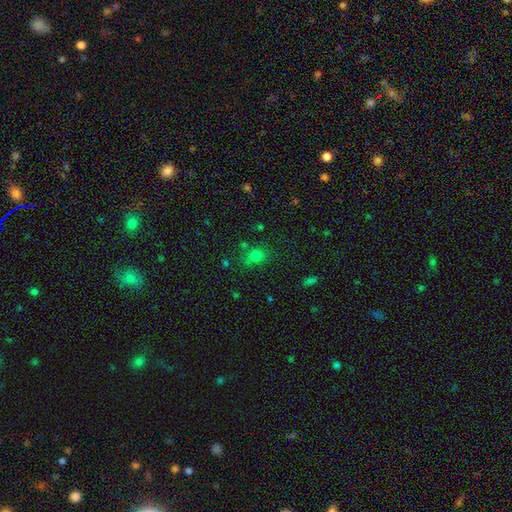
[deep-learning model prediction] Q: Smooth or featured?
A: smooth (71%); runner-up: star or artifact (21%)
Q: How rounded?
A: round (58%); runner-up: in between (41%)
Q: Merging?
A: none (69%); runner-up: minor disturbance (17%)